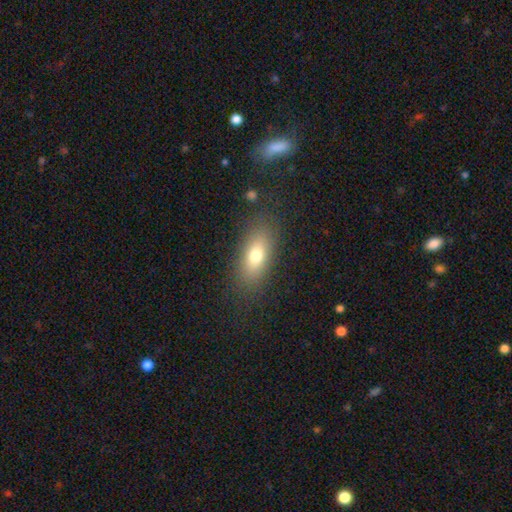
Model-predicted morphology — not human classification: A smooth galaxy with no disk features (74%) that is in between round and cigar-shaped (79%).

Vote fractions:
- Smooth or featured? smooth: 74% / featured or disk: 17% / star or artifact: 10%
- How rounded? in between: 79% / cigar-shaped: 15% / round: 6%
- Merging? none: 83% / minor disturbance: 11% / major disturbance: 5% / merger: 2%